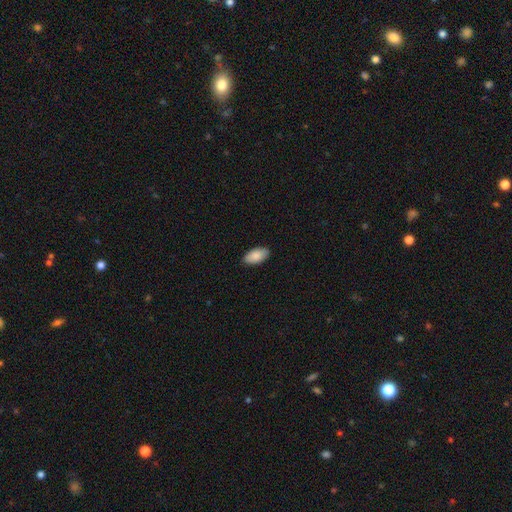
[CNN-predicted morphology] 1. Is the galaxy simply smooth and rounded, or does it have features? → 88% smooth, 6% star or artifact, 6% featured or disk.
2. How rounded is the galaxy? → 95% in between, 3% cigar-shaped, 2% round.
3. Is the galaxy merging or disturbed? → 88% none, 9% minor disturbance, 2% major disturbance, 1% merger.